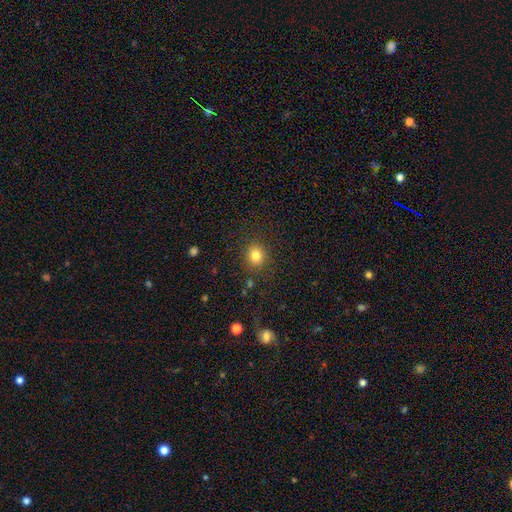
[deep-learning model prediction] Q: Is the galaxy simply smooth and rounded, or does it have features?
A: smooth — 81%.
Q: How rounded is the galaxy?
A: round — 78%.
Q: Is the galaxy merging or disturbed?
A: none — 87%.